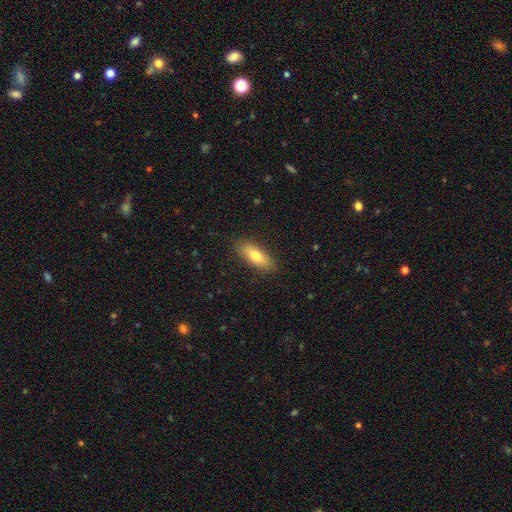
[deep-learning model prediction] Morphology: type=smooth (76%); roundness=in between (73%); merging=none (86%).